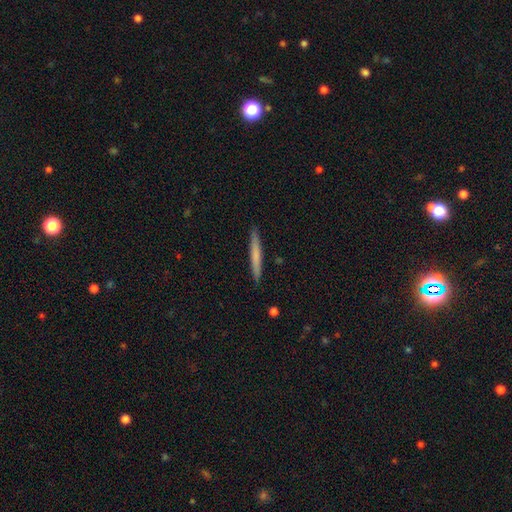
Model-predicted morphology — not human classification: smooth-or-featured: smooth: 65% | featured or disk: 30% | star or artifact: 5%
  how-rounded: cigar-shaped: 96% | in between: 2% | round: 1%
  merging: none: 91% | minor disturbance: 6% | major disturbance: 1% | merger: 1%